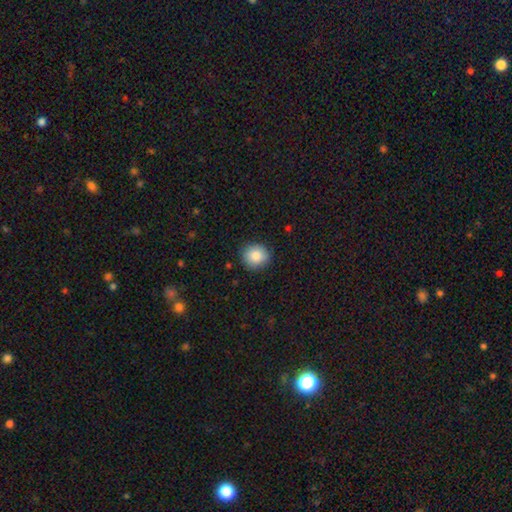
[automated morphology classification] Q: Smooth or featured?
A: smooth (87%); runner-up: star or artifact (8%)
Q: How rounded?
A: round (84%); runner-up: in between (15%)
Q: Merging?
A: none (88%); runner-up: minor disturbance (9%)